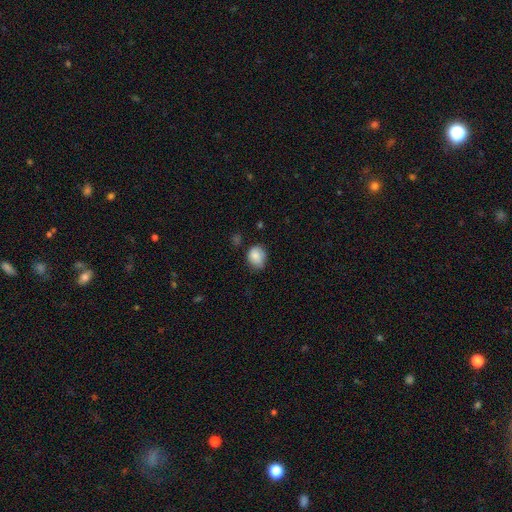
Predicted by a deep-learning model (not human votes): Smooth or featured? smooth (83%)
How rounded? round (50%)
Merging? none (58%)